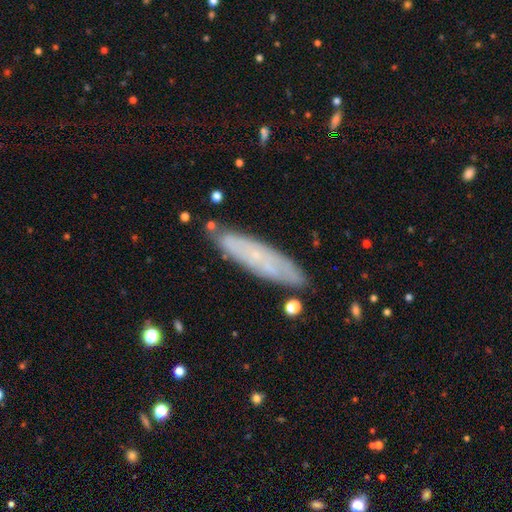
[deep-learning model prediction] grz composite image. It shows a featured or disk galaxy (48%). Merging: none (82%).